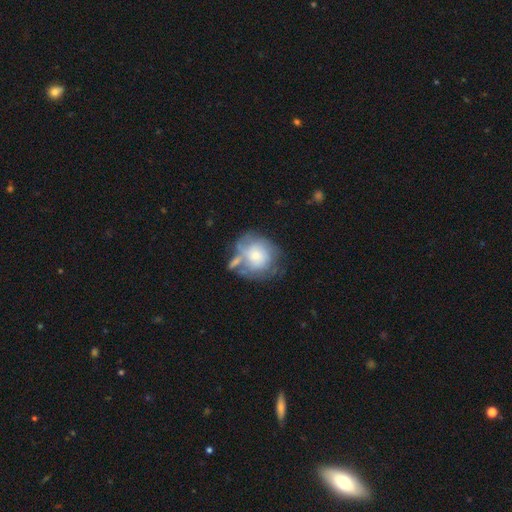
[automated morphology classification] This is possibly a smooth galaxy (52%). How rounded: likely round (80%). Merging: marginally none (44%).